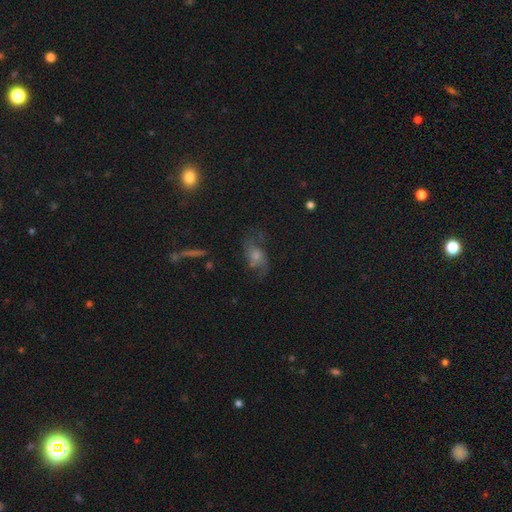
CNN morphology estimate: This appears to be a featured or disk galaxy (54%). Merging: none (56%).